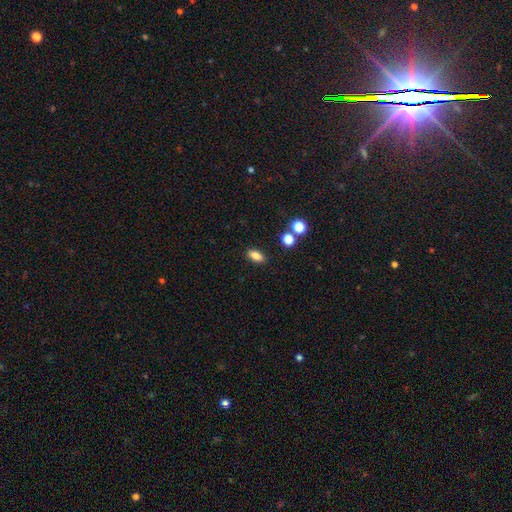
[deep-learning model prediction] Morphology: type=smooth (81%); roundness=in between (83%); merging=none (87%).